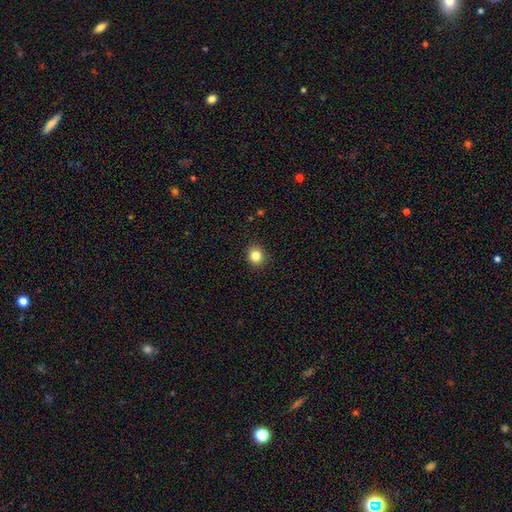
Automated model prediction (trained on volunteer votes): smooth 83%, star or artifact 11%, featured or disk 6%. Down the decision tree: how rounded — round (83%); merging — none (91%).